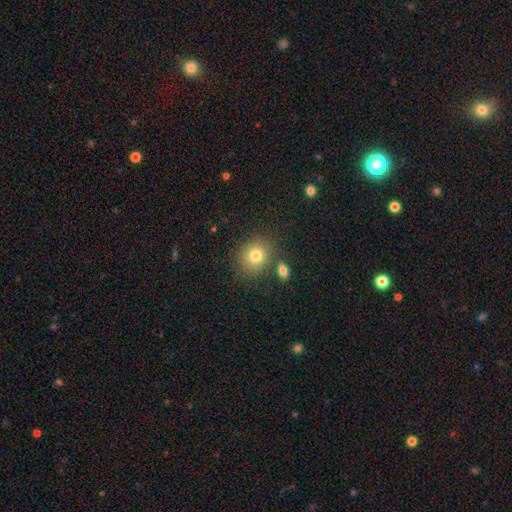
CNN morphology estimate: This appears to be a smooth galaxy with no disk features (80%) that is round (73%). Merging: none (76%).